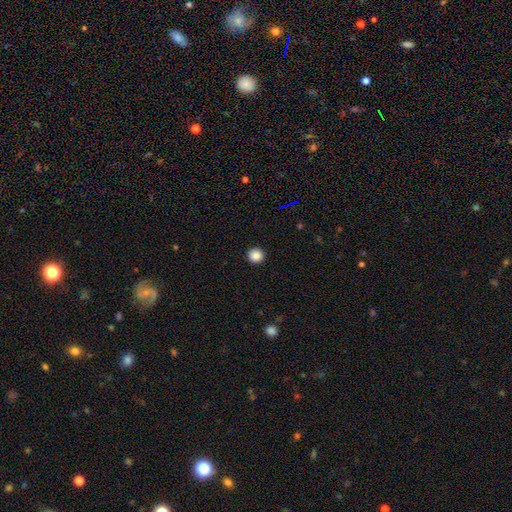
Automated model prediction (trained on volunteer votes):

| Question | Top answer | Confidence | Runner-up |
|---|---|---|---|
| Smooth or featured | smooth | 87% | star or artifact (10%) |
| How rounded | round | 94% | in between (5%) |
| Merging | none | 93% | minor disturbance (4%) |